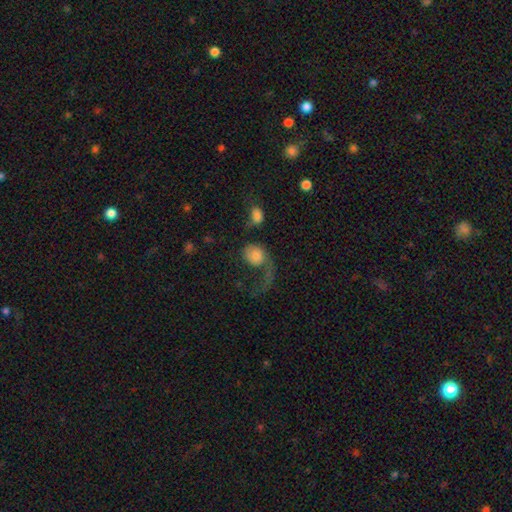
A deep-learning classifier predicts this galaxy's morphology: Smooth or featured?
  - smooth: 50% *
  - featured or disk: 42%
  - star or artifact: 9%
Merging?
  - major disturbance: 55% *
  - none: 21%
  - merger: 13%
  - minor disturbance: 12%